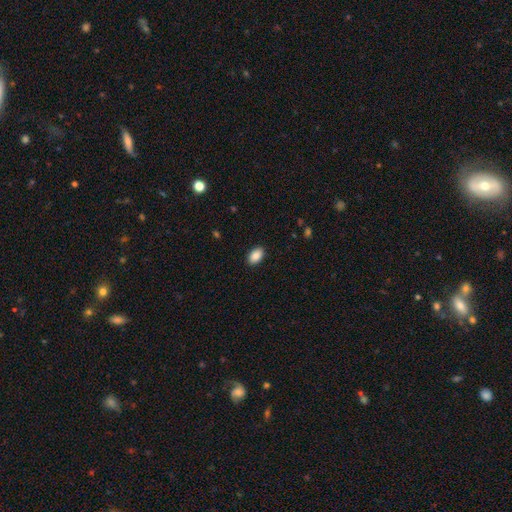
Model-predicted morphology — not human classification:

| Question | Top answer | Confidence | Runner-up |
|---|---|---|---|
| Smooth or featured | smooth | 89% | star or artifact (7%) |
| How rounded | in between | 92% | round (7%) |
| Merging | none | 90% | minor disturbance (7%) |